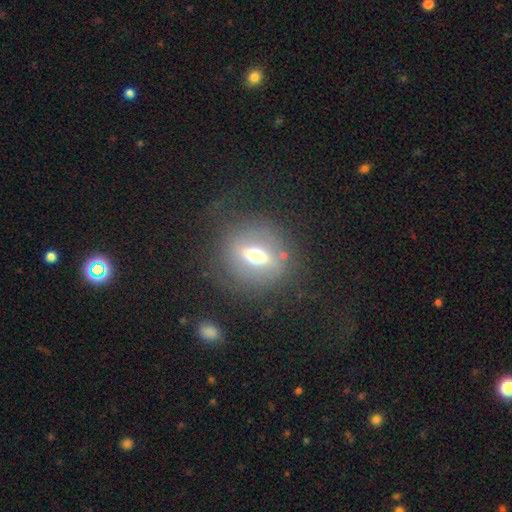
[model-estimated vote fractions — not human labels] featured or disk 47%, smooth 39%, star or artifact 14%. Down the decision tree: merging — none (71%).